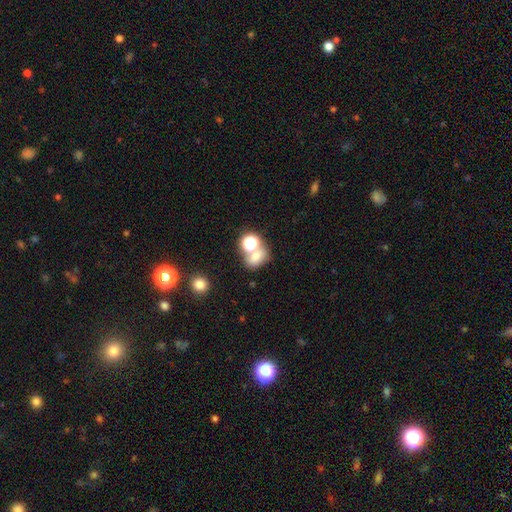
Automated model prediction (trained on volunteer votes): Overall: smooth (67%). How rounded: in between (55%; round 43%). Merging: none (44%; merger 39%).